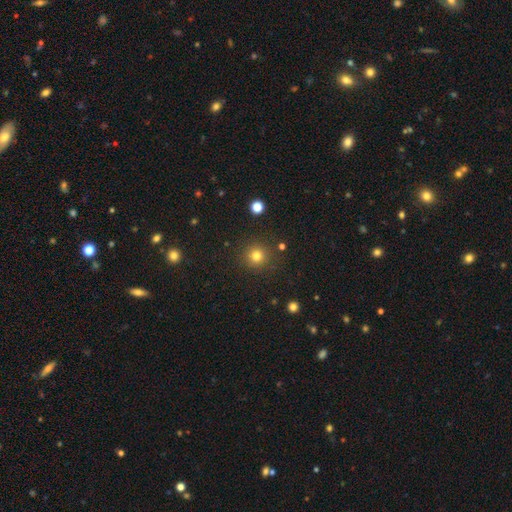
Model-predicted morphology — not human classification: Overall: smooth (80%). How rounded: round (94%). Merging: none (88%).